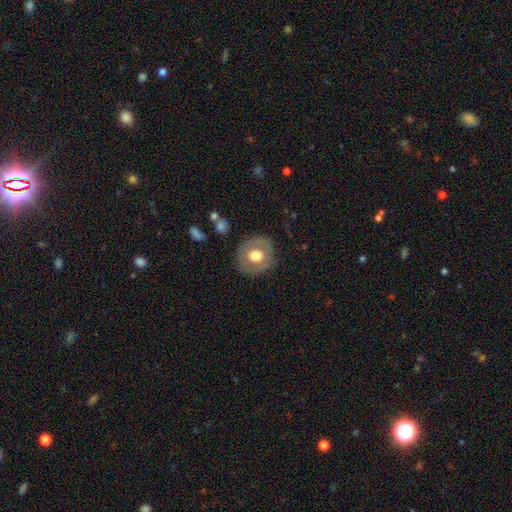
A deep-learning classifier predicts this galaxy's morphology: A smooth galaxy with no disk features (54%) that is round (85%).

Vote fractions:
- Smooth or featured? smooth: 54% / featured or disk: 39% / star or artifact: 7%
- How rounded? round: 85% / in between: 14% / cigar-shaped: 1%
- Merging? none: 81% / minor disturbance: 13% / major disturbance: 5% / merger: 2%